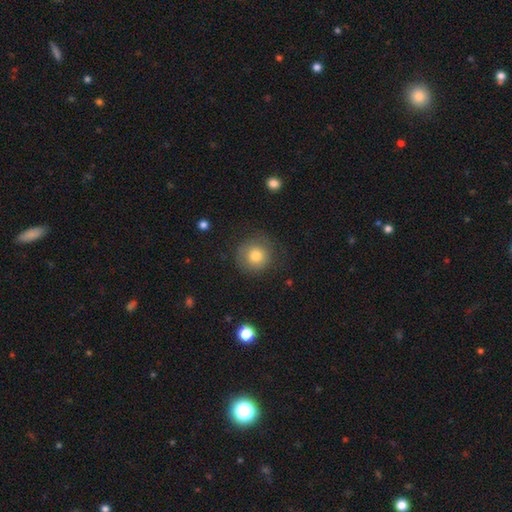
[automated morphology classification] type=smooth (76%); roundness=round (93%); merging=none (78%).